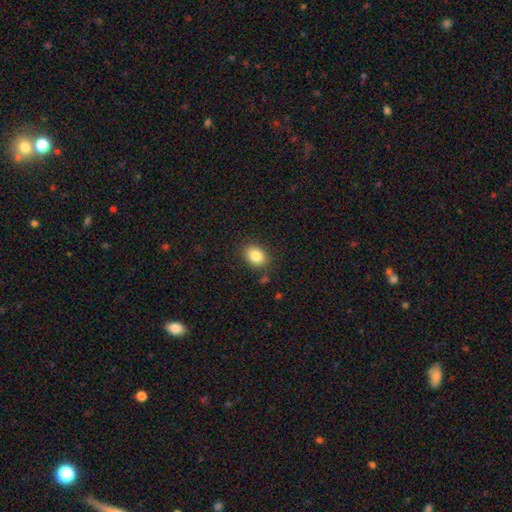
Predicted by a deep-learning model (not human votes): Smooth or featured? smooth (85%)
How rounded? in between (62%)
Merging? none (85%)